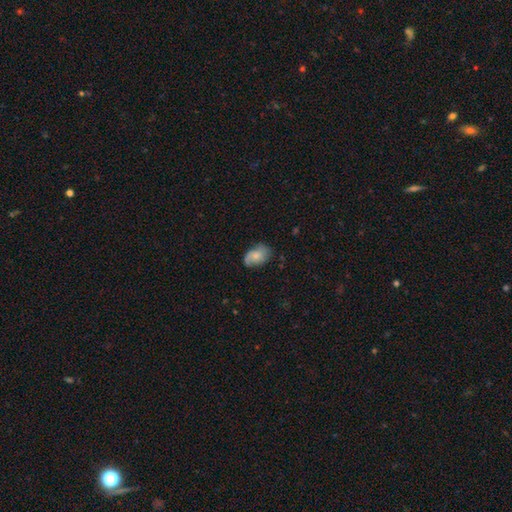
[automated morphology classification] A smooth galaxy with no disk features (51%) that is in between round and cigar-shaped (85%). Merging: none (62%).